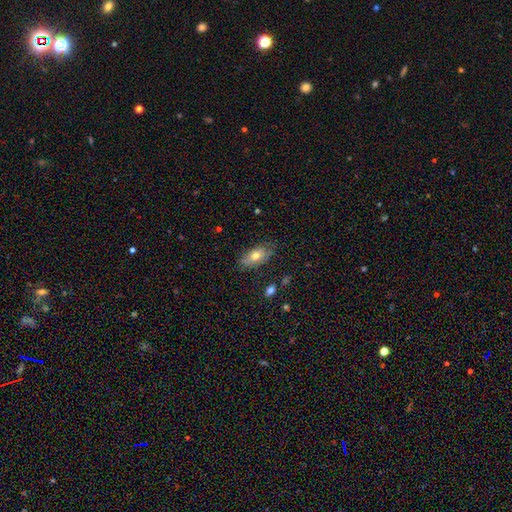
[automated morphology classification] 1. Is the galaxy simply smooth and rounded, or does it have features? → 68% smooth, 24% featured or disk, 7% star or artifact.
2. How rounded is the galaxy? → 90% in between, 5% cigar-shaped, 5% round.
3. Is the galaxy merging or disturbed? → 69% none, 24% minor disturbance, 5% major disturbance, 2% merger.